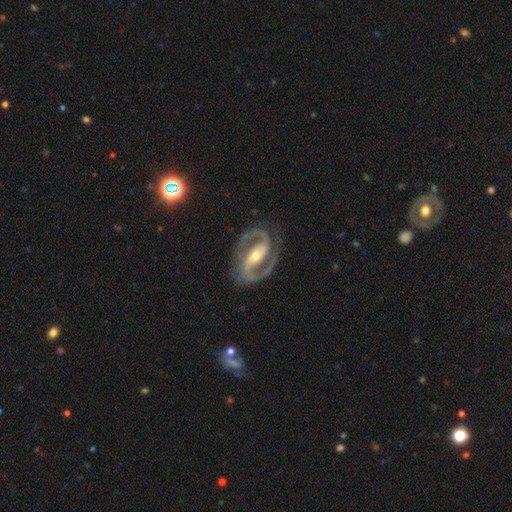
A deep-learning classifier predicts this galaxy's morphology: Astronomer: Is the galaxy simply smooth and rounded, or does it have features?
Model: featured or disk — 93%.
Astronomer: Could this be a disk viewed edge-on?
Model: no — 97%.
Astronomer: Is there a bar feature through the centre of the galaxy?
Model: strong — 60%.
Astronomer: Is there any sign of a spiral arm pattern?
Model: yes — 98%.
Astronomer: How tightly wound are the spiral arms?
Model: medium — 58% (runner-up: tight, 33%).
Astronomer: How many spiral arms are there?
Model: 2 — 94%.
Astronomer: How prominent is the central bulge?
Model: moderate — 51% (runner-up: small, 45%).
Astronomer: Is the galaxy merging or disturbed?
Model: none — 83%.